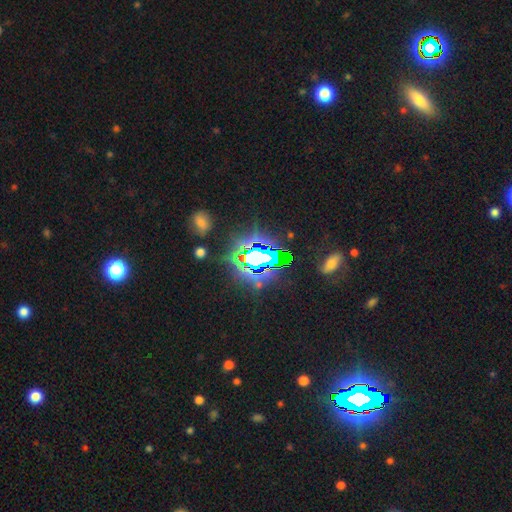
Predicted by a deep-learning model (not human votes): smooth-or-featured: star or artifact: 76% | smooth: 12% | featured or disk: 12%